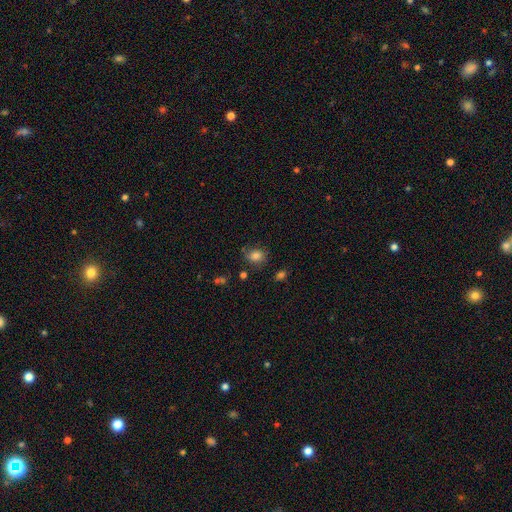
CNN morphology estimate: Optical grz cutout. It shows a smooth galaxy with no disk features (77%) that is round (54%). Merging: none (70%).